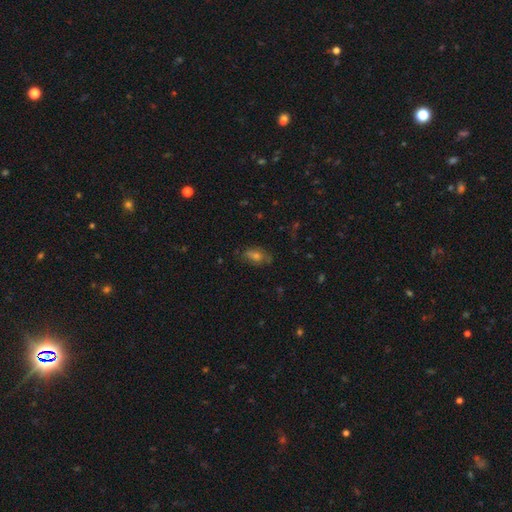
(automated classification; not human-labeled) Smooth or featured? smooth (51%)
How rounded? in between (81%)
Merging? none (73%)